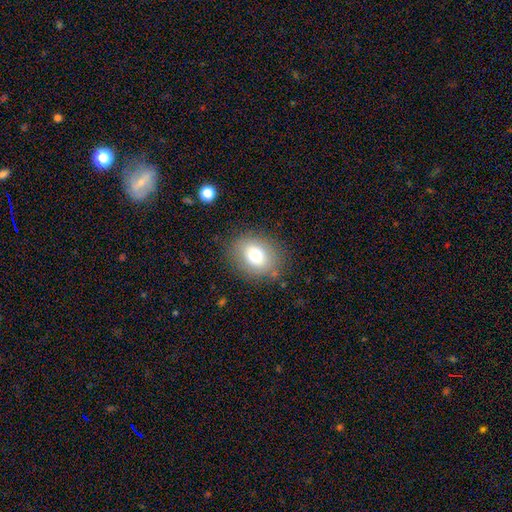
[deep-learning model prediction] This appears to be a smooth galaxy with no disk features (75%) that is in between round and cigar-shaped (52%). Merging: none (82%).